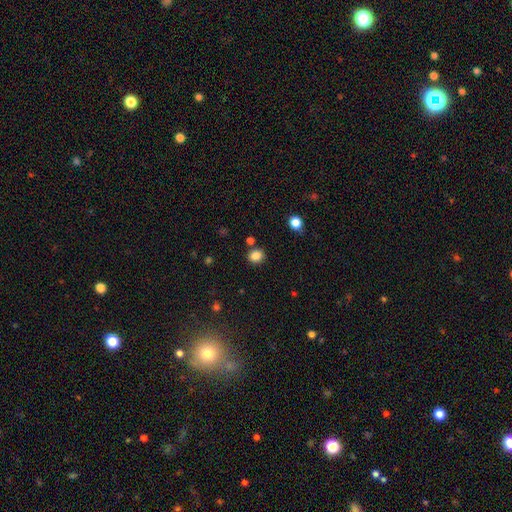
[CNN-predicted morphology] smooth-or-featured: smooth: 84% | star or artifact: 12% | featured or disk: 4%
  how-rounded: round: 71% | in between: 28% | cigar-shaped: 1%
  merging: none: 83% | minor disturbance: 9% | merger: 6% | major disturbance: 3%